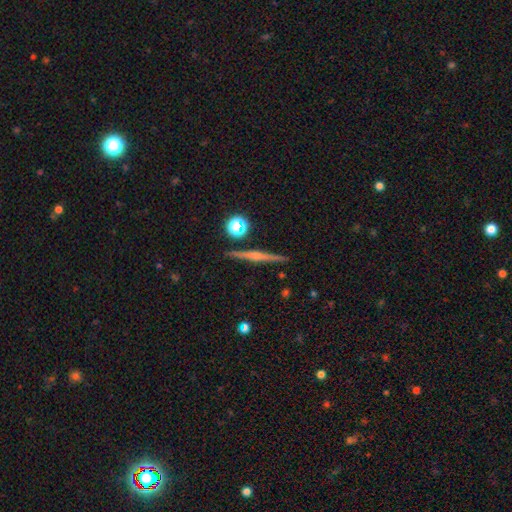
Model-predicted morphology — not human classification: The model was most divided on "smooth or featured": featured or disk: 72%, smooth: 19%, star or artifact: 8%. More confident: edge-on disk — yes (98%); merging — none (91%); edge-on bulge — rounded (72%).